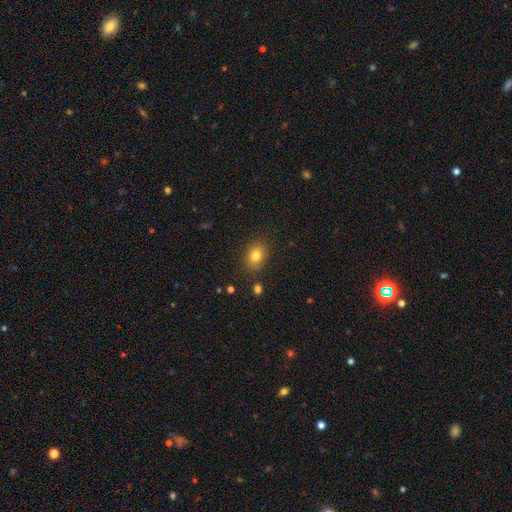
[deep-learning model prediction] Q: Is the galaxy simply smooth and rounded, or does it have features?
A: smooth — 80%.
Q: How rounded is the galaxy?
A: in between — 55%.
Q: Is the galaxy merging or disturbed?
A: none — 84%.